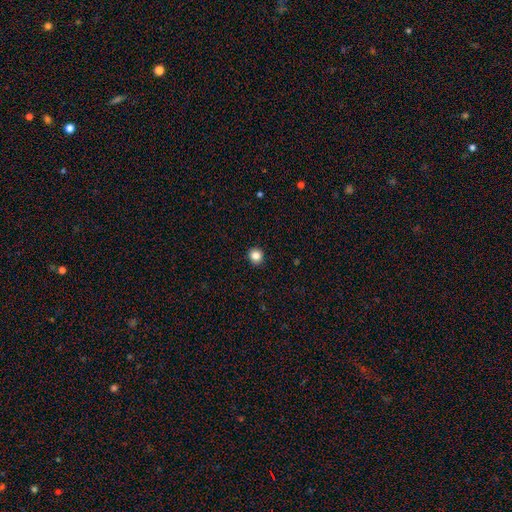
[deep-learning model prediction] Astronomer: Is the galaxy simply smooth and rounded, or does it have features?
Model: smooth — 84%.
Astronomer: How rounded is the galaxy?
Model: round — 87%.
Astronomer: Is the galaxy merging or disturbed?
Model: none — 92%.